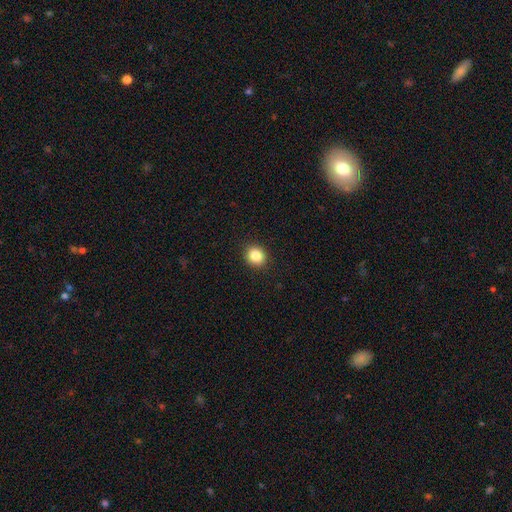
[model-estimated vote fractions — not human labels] This appears to be a smooth galaxy with no disk features (85%) that is round (78%). Merging: none (91%).